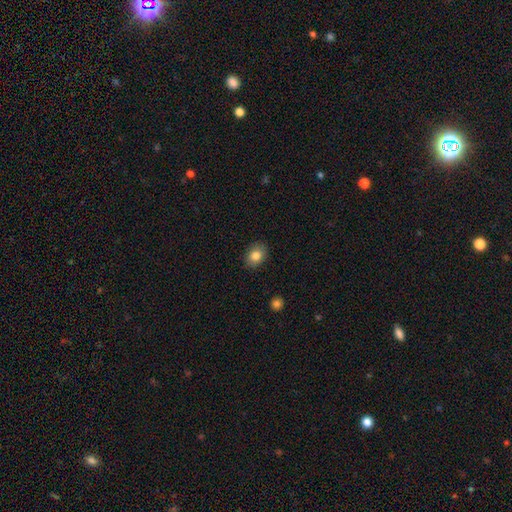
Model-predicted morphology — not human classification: Smooth or featured? Predicted: smooth (p=0.83). How rounded? Predicted: in between (p=0.68). Merging? Predicted: none (p=0.88).